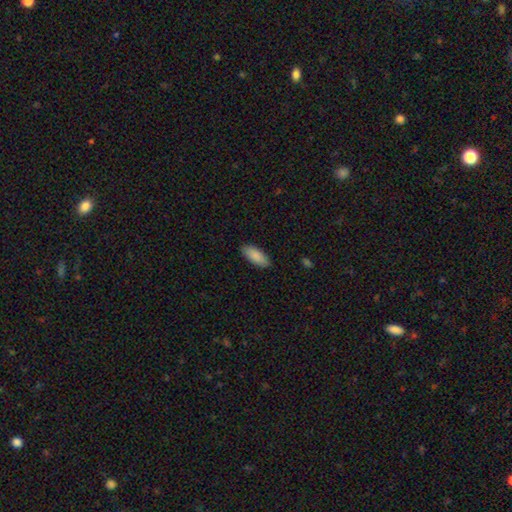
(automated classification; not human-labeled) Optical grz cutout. It shows a smooth galaxy with no disk features (89%) that is in between round and cigar-shaped (85%). Merging: none (87%).